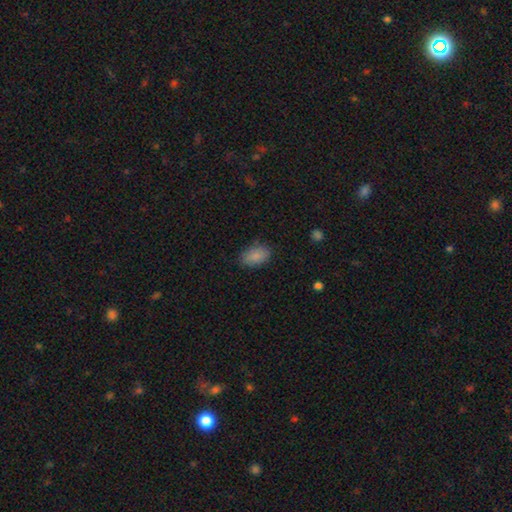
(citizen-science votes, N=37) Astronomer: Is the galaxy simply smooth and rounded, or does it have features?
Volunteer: smooth — 92%.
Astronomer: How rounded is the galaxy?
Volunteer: in between — 94%.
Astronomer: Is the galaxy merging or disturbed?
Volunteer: none — 89%.